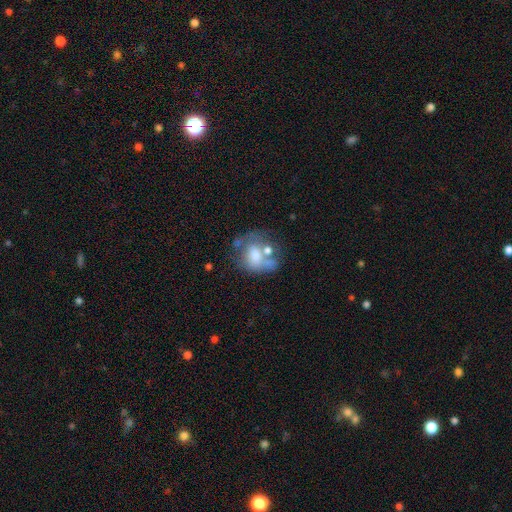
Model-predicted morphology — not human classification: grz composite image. It shows a smooth galaxy with no disk features (55%) that is round (52%). Merging: none (30%, tied with merger).